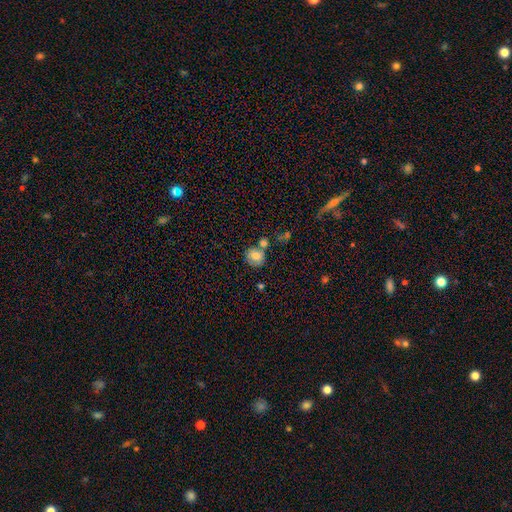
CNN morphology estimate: The model was most divided on "merging": none: 56%, merger: 24%, minor disturbance: 14%, major disturbance: 5%. More confident: how rounded — round (81%); smooth or featured — smooth (74%).